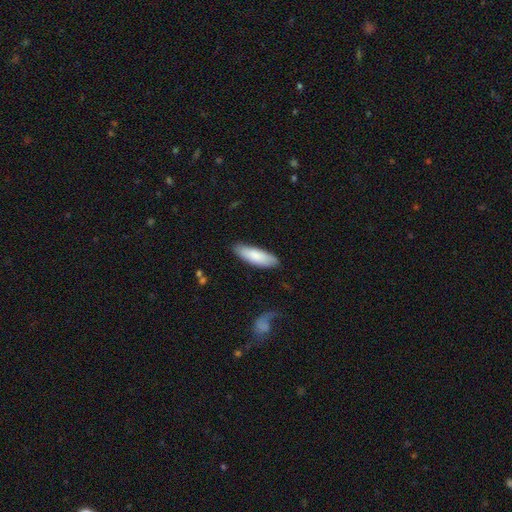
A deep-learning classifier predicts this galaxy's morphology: Smooth or featured: smooth — 82% (featured or disk — 13%)
How rounded: in between — 53% (cigar-shaped — 46%)
Merging: none — 83% (minor disturbance — 13%)